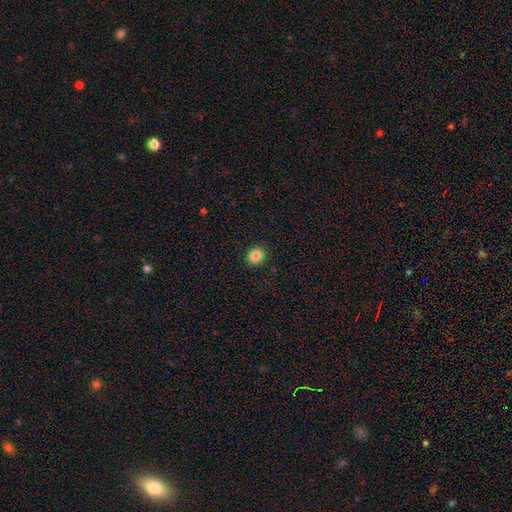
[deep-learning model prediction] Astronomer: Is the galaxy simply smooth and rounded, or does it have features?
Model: smooth — 85%.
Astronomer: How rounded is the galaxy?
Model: round — 69%.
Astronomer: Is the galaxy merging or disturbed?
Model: none — 91%.